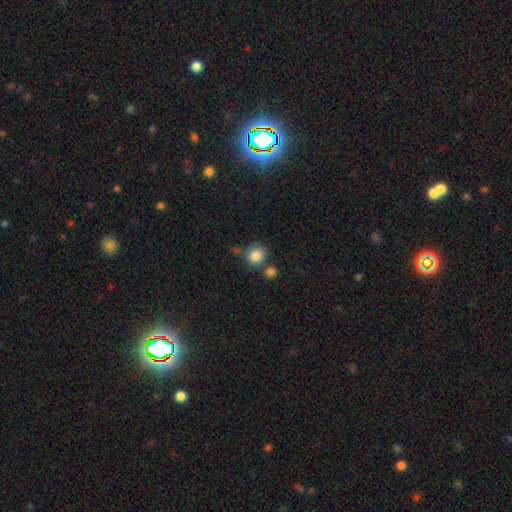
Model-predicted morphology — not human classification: Smooth or featured? Predicted: smooth (p=0.84). How rounded? Predicted: round (p=0.86). Merging? Predicted: none (p=0.61).